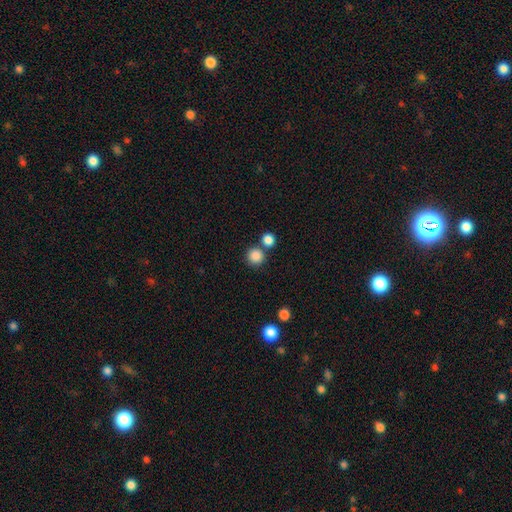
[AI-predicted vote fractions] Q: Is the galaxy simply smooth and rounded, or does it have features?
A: smooth — 86%.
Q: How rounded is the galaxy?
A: round — 93%.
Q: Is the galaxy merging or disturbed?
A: none — 72%.